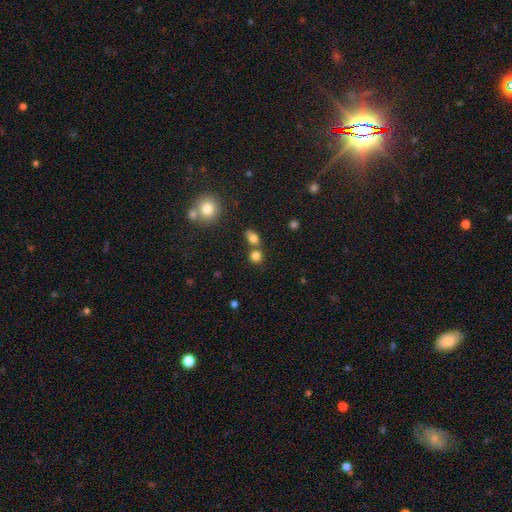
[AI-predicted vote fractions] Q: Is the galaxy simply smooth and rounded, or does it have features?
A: smooth — 80%.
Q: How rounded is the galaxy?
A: round — 74%.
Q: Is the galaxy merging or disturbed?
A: none — 57%.